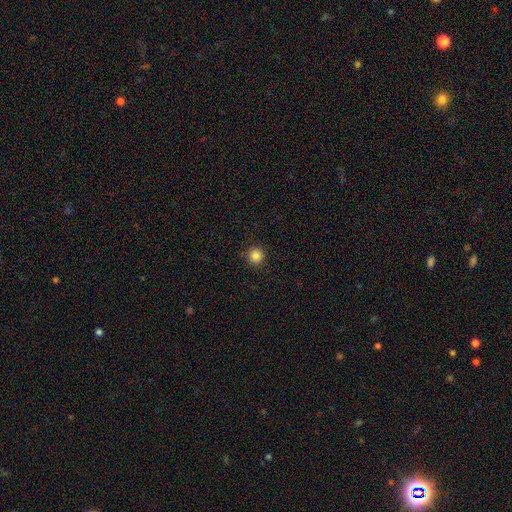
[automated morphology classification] This is clearly a smooth galaxy (85%). How rounded: clearly round (95%). Merging: clearly none (92%).